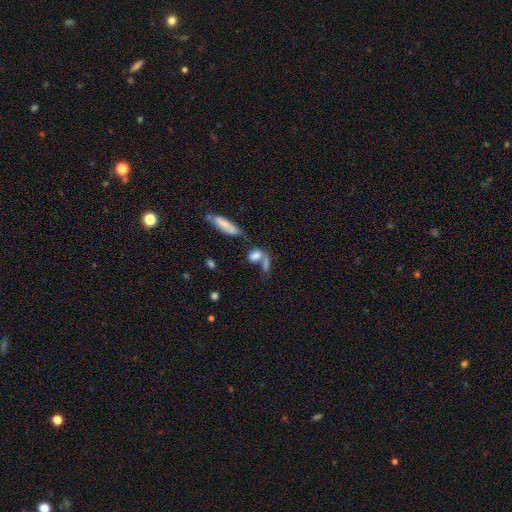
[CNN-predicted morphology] Overall: smooth (69%). How rounded: in between (74%). Merging: merger (49%; none 25%).